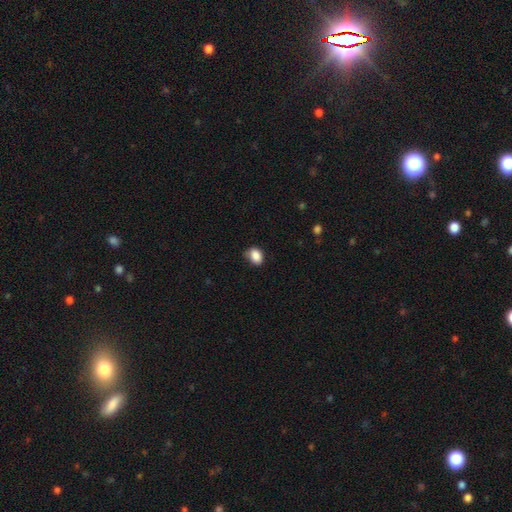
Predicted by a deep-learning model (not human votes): A smooth galaxy with no disk features (87%) that is in between round and cigar-shaped (67%). Merging: none (66%).